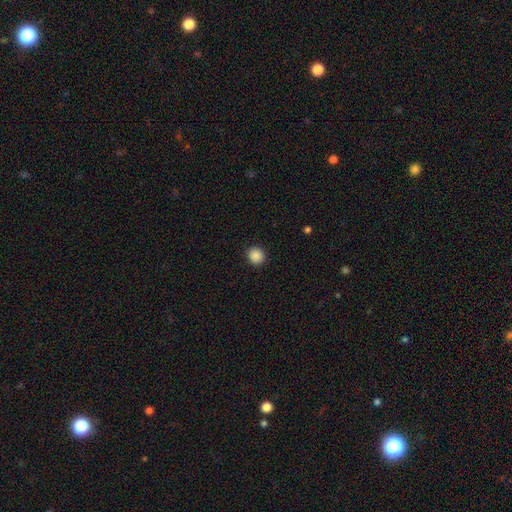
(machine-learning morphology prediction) A smooth galaxy with no disk features (88%) that is round (91%).

Vote fractions:
- Smooth or featured? smooth: 88% / star or artifact: 9% / featured or disk: 2%
- How rounded? round: 91% / in between: 8% / cigar-shaped: 1%
- Merging? none: 92% / minor disturbance: 5% / major disturbance: 2% / merger: 1%